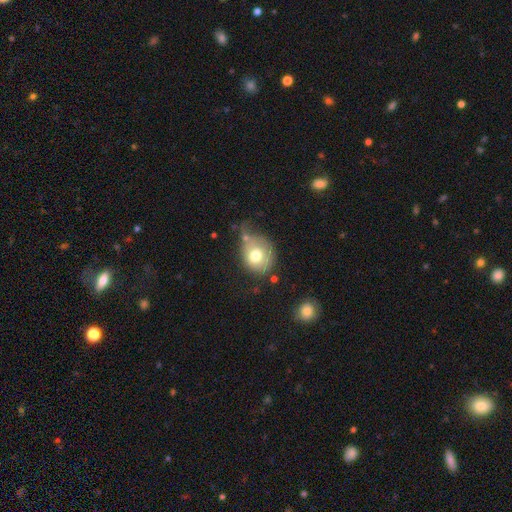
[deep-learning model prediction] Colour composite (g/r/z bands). It shows a smooth galaxy with no disk features (70%) that is round (68%). Merging: none (39%).